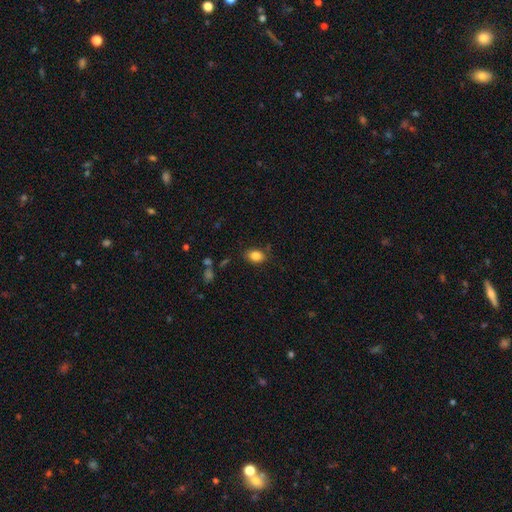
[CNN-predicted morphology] This is clearly a smooth galaxy (84%). How rounded: likely in between (78%). Merging: clearly none (81%).